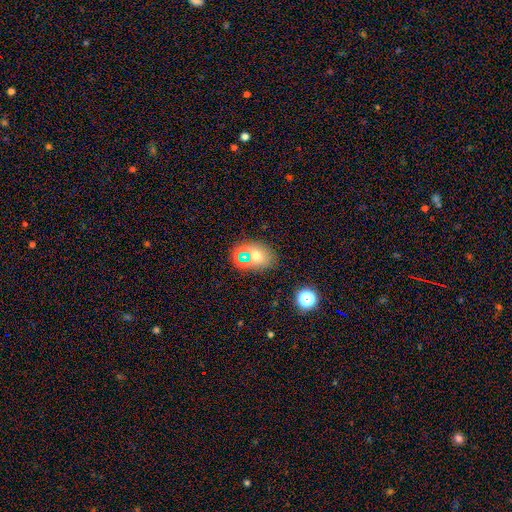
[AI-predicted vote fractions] This is likely a smooth galaxy (63%). How rounded: likely in between (69%). Merging: likely none (75%).